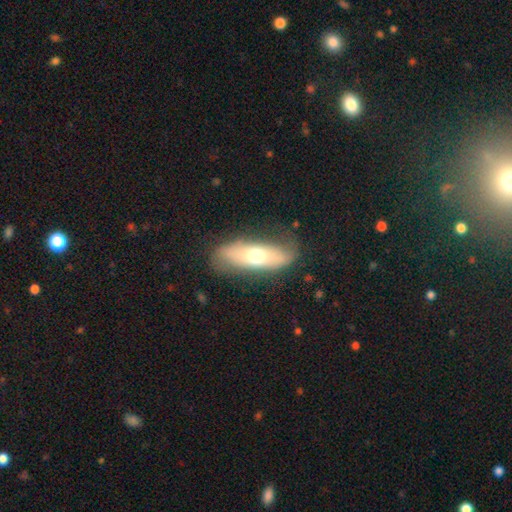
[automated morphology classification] Smooth or featured? Predicted: smooth (p=0.50). How rounded? Predicted: in between (p=0.57). Merging? Predicted: none (p=0.71).